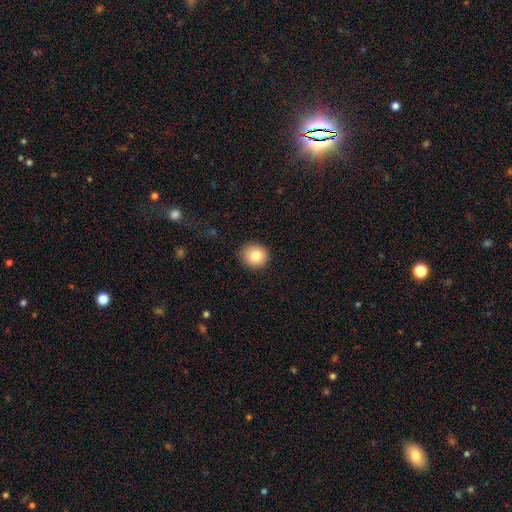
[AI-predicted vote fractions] Overall: smooth (82%). How rounded: round (83%). Merging: none (89%).